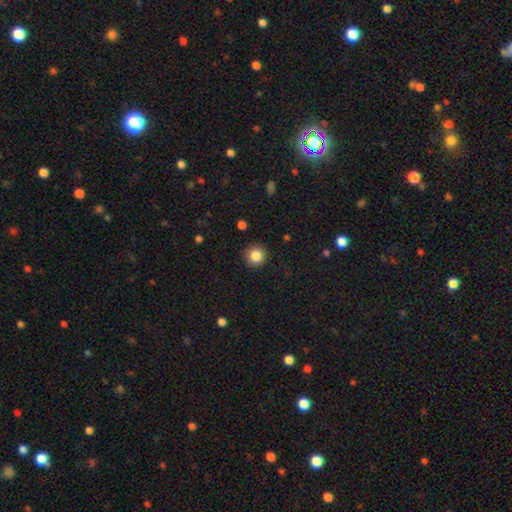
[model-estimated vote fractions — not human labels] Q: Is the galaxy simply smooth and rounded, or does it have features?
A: smooth — 85%.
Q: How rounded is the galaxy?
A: round — 94%.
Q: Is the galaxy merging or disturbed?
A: none — 91%.